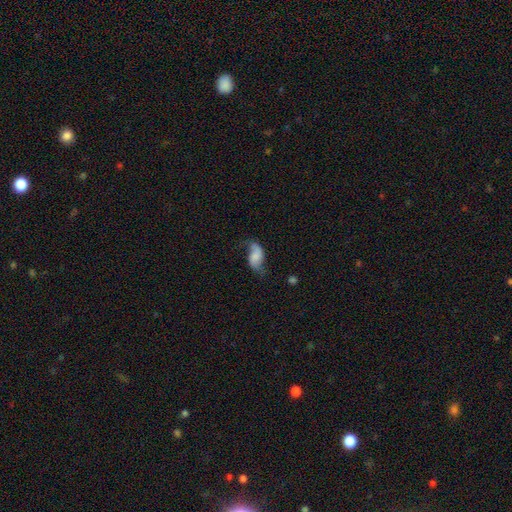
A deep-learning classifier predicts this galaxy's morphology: Q: Smooth or featured?
A: featured or disk (58%); runner-up: smooth (34%)
Q: Edge-on disk?
A: no (96%); runner-up: yes (4%)
Q: Bar?
A: no (54%); runner-up: weak (34%)
Q: Spiral arms?
A: yes (90%); runner-up: no (10%)
Q: Bulge size?
A: none (42%); runner-up: small (26%)
Q: Merging?
A: none (55%); runner-up: minor disturbance (26%)